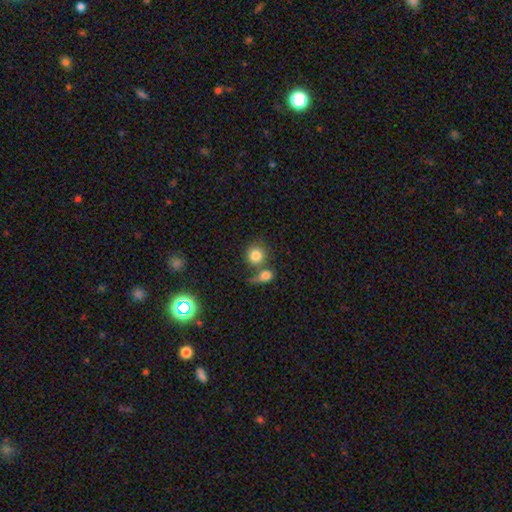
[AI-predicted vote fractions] Smooth or featured? smooth (82%)
How rounded? round (86%)
Merging? none (48%)